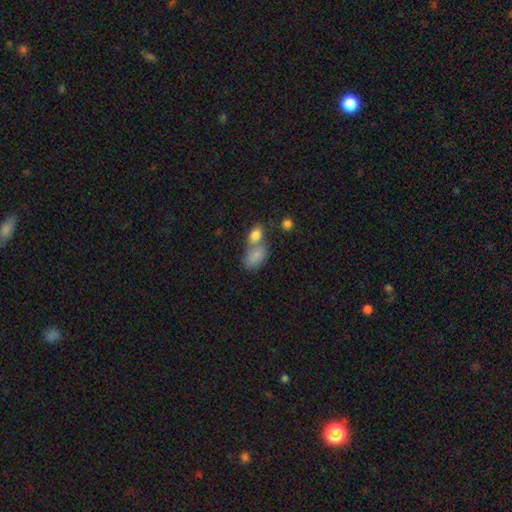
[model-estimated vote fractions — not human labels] Smooth or featured: smooth — 81% (featured or disk — 10%)
How rounded: in between — 87% (round — 10%)
Merging: merger — 53% (none — 30%)